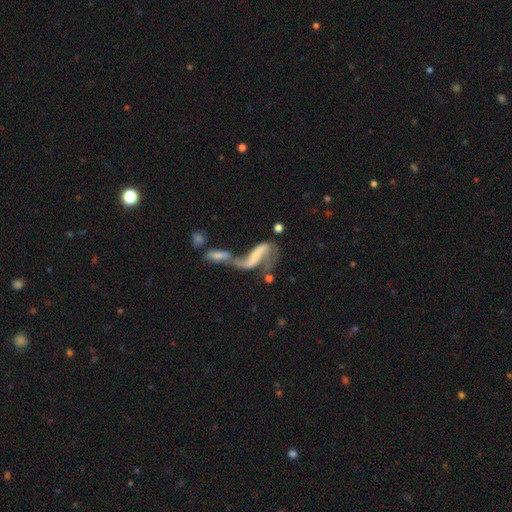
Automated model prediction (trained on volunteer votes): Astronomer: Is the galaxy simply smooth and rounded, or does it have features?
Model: featured or disk — 71%.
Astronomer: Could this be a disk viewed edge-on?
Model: no — 90%.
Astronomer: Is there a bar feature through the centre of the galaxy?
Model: no — 36% (runner-up: weak, 33%).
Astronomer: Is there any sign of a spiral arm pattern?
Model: yes — 79%.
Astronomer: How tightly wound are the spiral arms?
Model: loose — 80%.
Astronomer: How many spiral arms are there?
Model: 2 — 78%.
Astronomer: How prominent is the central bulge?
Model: small — 37% (runner-up: none, 36%).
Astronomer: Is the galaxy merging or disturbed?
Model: merger — 59%.